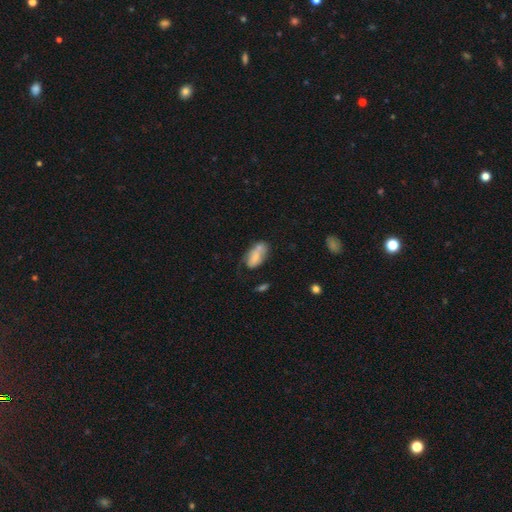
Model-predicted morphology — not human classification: smooth 69%, featured or disk 23%, star or artifact 8%. Down the decision tree: how rounded — in between (89%); merging — none (38%).